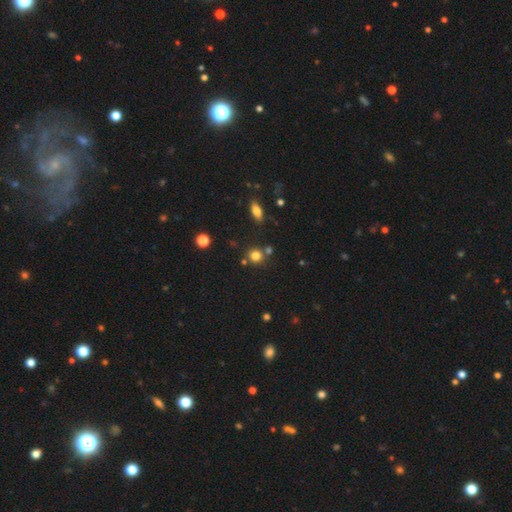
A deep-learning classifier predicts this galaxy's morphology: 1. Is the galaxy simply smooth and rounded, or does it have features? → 78% smooth, 15% star or artifact, 7% featured or disk.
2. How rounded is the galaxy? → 87% round, 12% in between, 1% cigar-shaped.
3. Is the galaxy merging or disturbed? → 73% none, 15% merger, 9% minor disturbance, 3% major disturbance.